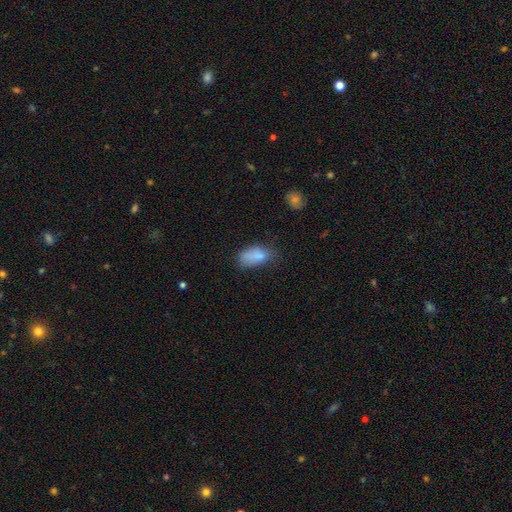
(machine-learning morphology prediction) Smooth or featured: smooth — 81% (featured or disk — 10%)
How rounded: in between — 90% (cigar-shaped — 5%)
Merging: none — 47% (minor disturbance — 34%)